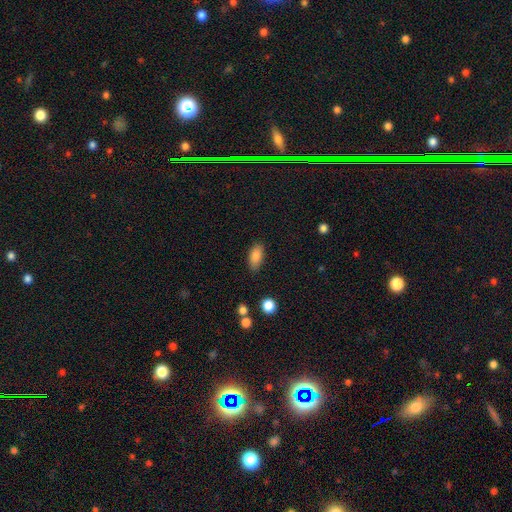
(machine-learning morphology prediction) smooth-or-featured: smooth: 85% | star or artifact: 8% | featured or disk: 7%
  how-rounded: in between: 89% | cigar-shaped: 7% | round: 4%
  merging: none: 84% | minor disturbance: 11% | major disturbance: 3% | merger: 2%